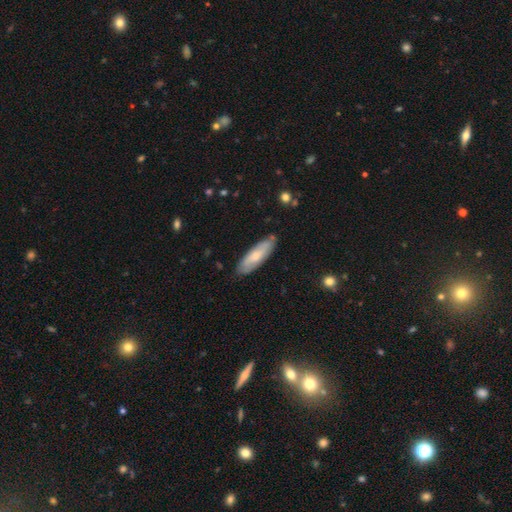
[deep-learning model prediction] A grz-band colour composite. It shows a smooth galaxy with no disk features (64%) that is cigar-shaped (52%). Merging: none (83%).